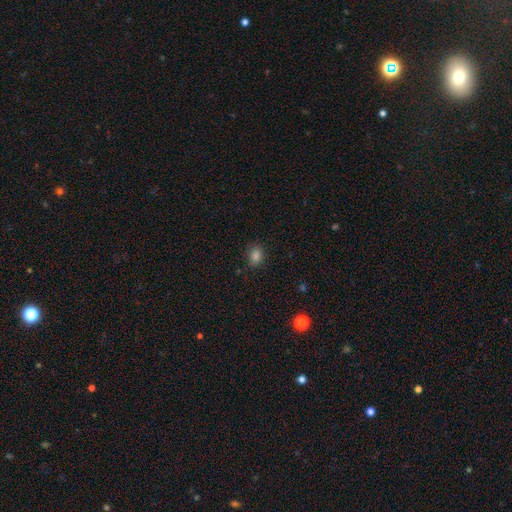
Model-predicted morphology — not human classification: This is clearly a smooth galaxy (83%). How rounded: likely in between (64%). Merging: clearly none (86%).